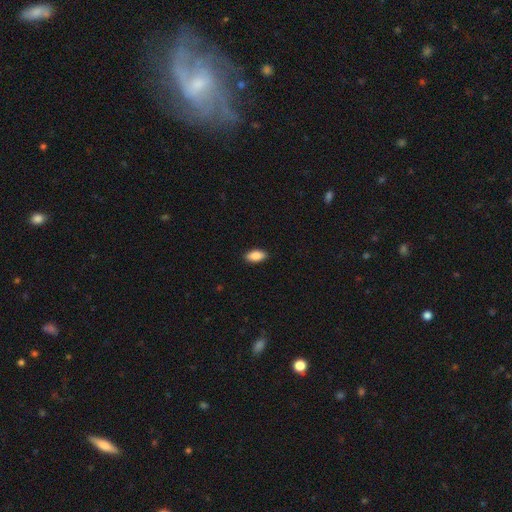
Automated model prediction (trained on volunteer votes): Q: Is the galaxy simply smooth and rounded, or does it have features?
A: smooth — 87%.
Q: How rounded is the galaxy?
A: in between — 92%.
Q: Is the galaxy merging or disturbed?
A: none — 90%.